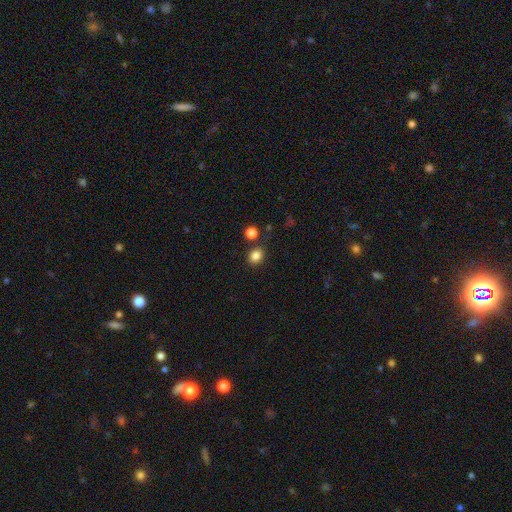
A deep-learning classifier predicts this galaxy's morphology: This is clearly a smooth galaxy (84%). How rounded: possibly round (54%). Merging: likely none (79%).